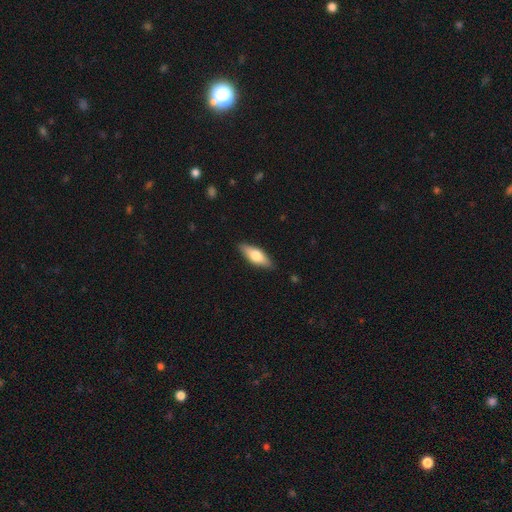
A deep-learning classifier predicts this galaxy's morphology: smooth 60%, featured or disk 34%, star or artifact 6%. Down the decision tree: how rounded — in between (63%); merging — none (87%).